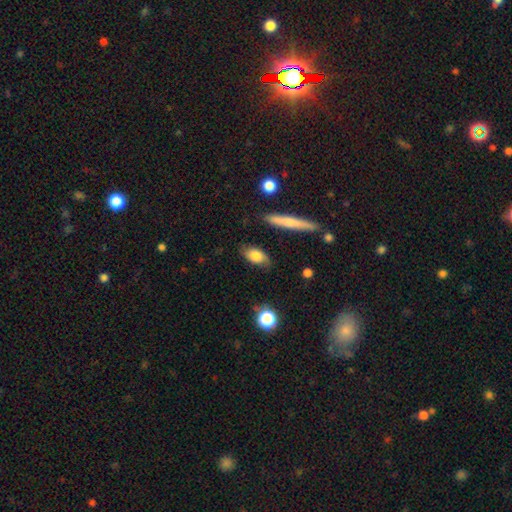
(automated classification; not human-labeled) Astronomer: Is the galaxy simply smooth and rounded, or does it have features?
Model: smooth — 76%.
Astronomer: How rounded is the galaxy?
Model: in between — 84%.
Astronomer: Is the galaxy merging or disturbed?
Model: none — 78%.